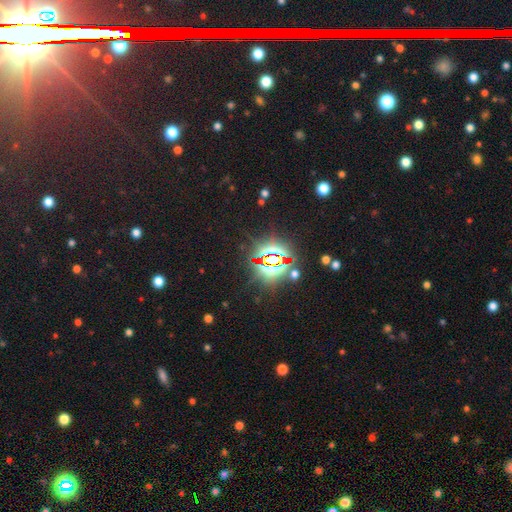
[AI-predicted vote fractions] star or artifact 81%, smooth 11%, featured or disk 8%.